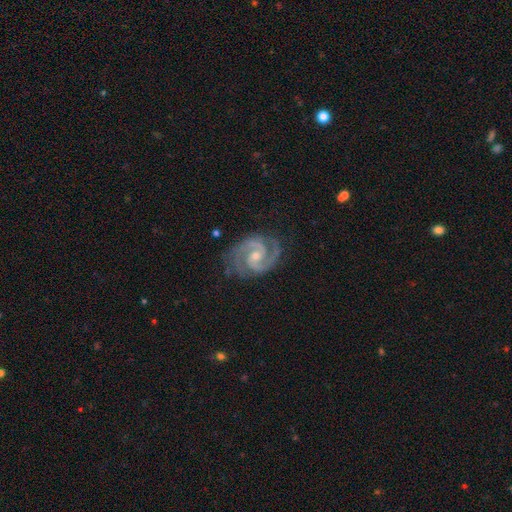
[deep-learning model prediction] smooth-or-featured: featured or disk: 93% | star or artifact: 4% | smooth: 3%
  disk-edge-on: no: 98% | yes: 2%
    bar: weak: 44% | no: 43% | strong: 13%
    has-spiral-arms: yes: 99% | no: 1%
      spiral-winding: medium: 52% | tight: 41% | loose: 6%
      spiral-arm-count: 2: 92% | 3: 3% | can't tell: 2% | 1: 1% | 4: 1% | more than 4: 1%
    bulge-size: small: 48% | moderate: 47% | none: 2% | large: 2% | dominant: 1%
  merging: none: 80% | minor disturbance: 15% | major disturbance: 4% | merger: 1%